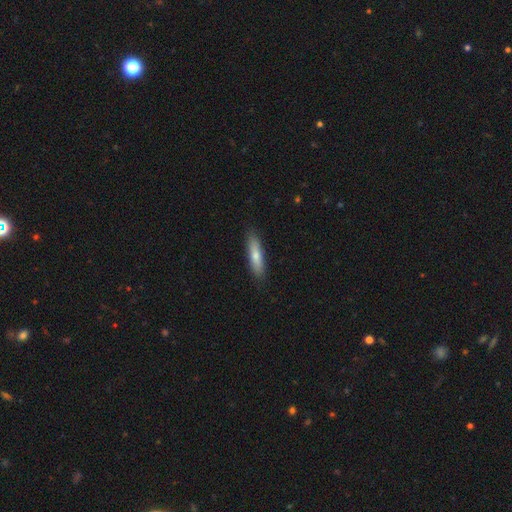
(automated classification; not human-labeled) Smooth or featured: smooth — 73% (featured or disk — 21%)
How rounded: cigar-shaped — 70% (in between — 28%)
Merging: none — 88% (minor disturbance — 9%)